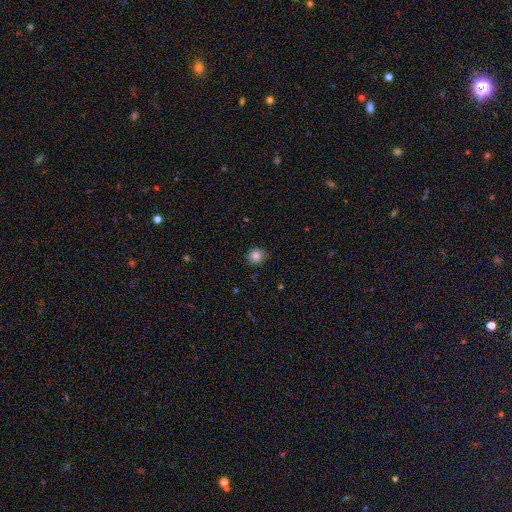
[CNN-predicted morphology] Q: Smooth or featured?
A: smooth (83%); runner-up: star or artifact (11%)
Q: How rounded?
A: round (90%); runner-up: in between (9%)
Q: Merging?
A: none (87%); runner-up: minor disturbance (9%)